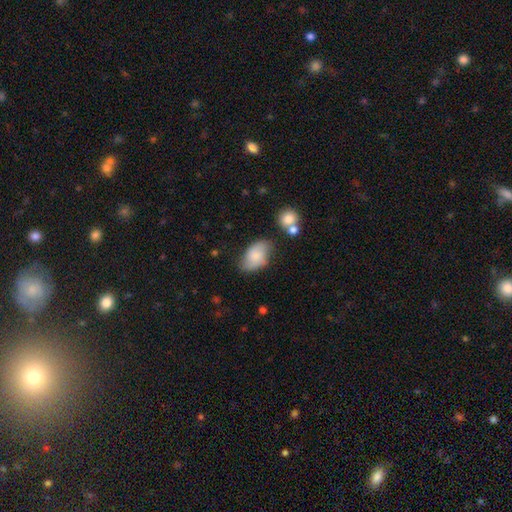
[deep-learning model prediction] smooth_or_featured: smooth (p=0.71) [alt: featured or disk p=0.21]
how_rounded: in between (p=0.91) [alt: round p=0.08]
merging: none (p=0.64) [alt: minor disturbance p=0.25]